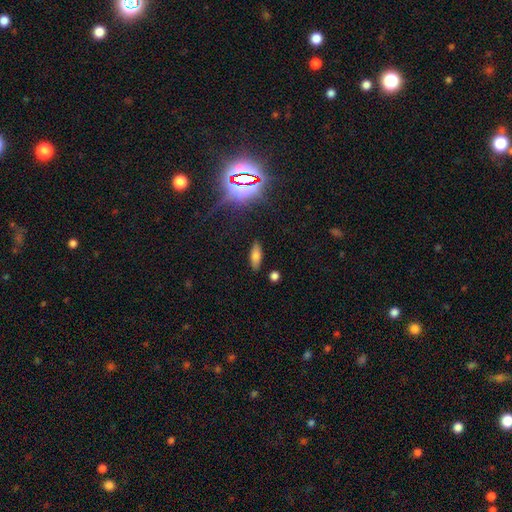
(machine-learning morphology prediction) Overall: smooth (71%). How rounded: in between (68%). Merging: none (86%).